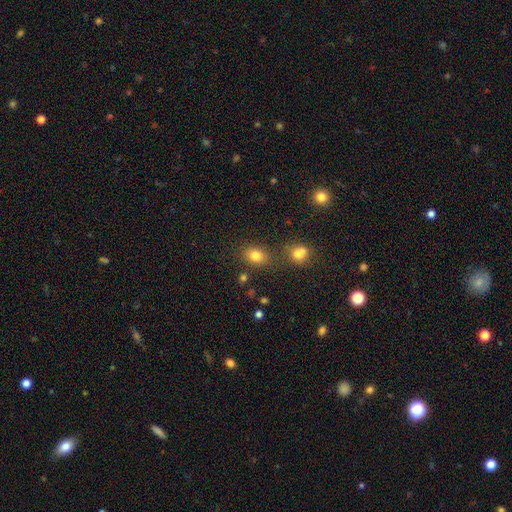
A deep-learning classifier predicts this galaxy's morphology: A smooth galaxy with no disk features (80%) that is in between round and cigar-shaped (58%). Merging: none (73%).